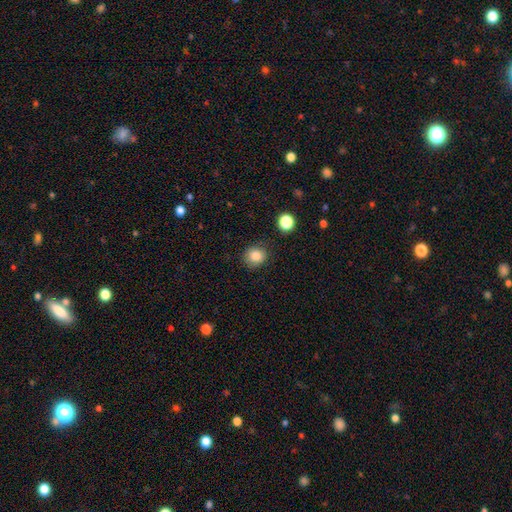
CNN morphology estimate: Smooth or featured: smooth — 84% (star or artifact — 11%)
How rounded: round — 83% (in between — 17%)
Merging: none — 84% (minor disturbance — 11%)